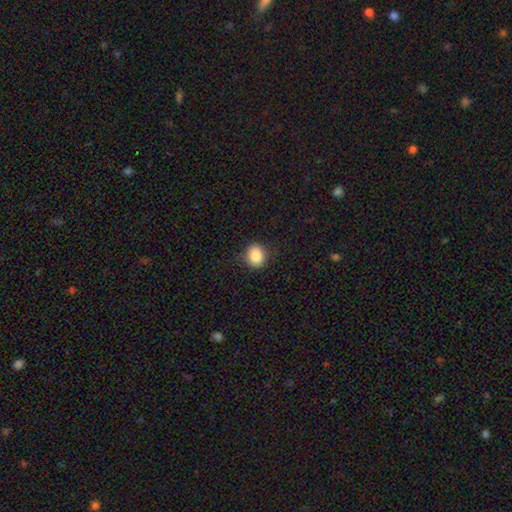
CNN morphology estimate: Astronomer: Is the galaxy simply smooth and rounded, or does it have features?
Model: smooth — 85%.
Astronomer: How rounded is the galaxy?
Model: round — 68%.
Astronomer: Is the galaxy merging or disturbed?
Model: none — 86%.